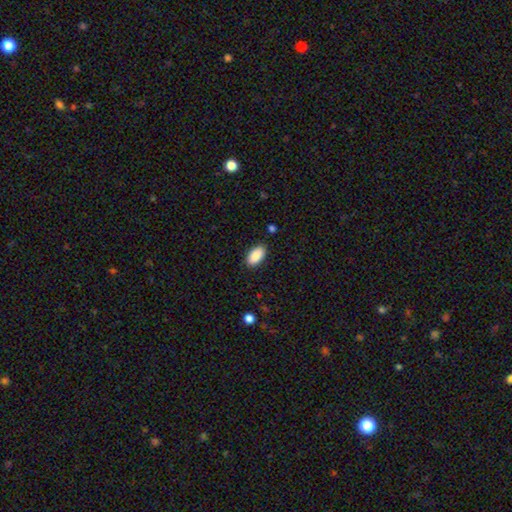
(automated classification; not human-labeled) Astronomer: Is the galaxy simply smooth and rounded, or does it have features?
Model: smooth — 90%.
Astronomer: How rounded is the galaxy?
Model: in between — 94%.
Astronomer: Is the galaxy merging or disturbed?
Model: none — 87%.